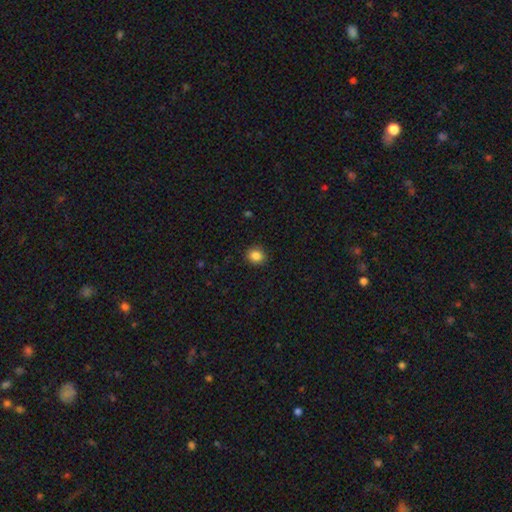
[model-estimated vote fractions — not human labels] Smooth or featured: smooth — 86% (star or artifact — 10%)
How rounded: round — 77% (in between — 22%)
Merging: none — 90% (minor disturbance — 7%)